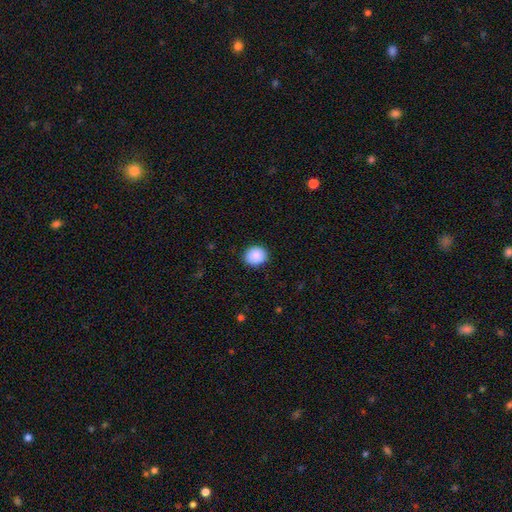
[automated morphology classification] This appears to be a smooth galaxy with no disk features (90%) that is round (73%). Merging: none (90%).